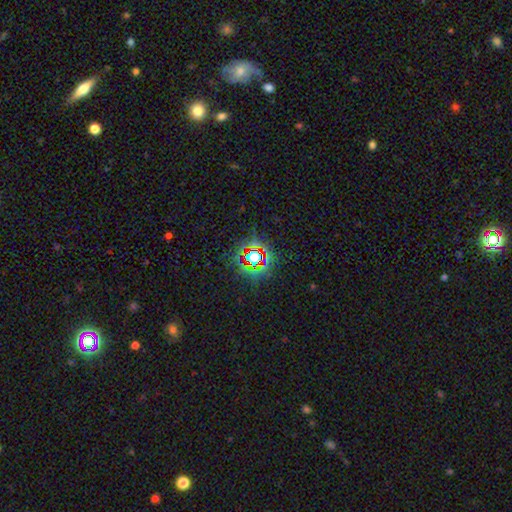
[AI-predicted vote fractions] Smooth or featured: star or artifact — 76% (smooth — 15%)